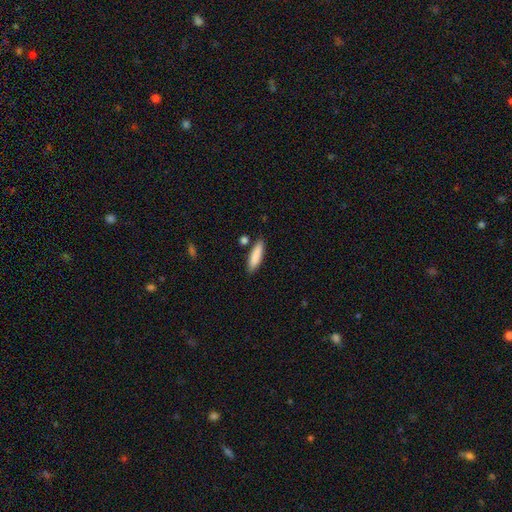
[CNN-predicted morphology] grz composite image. It shows a smooth galaxy with no disk features (85%) that is cigar-shaped (68%). Merging: none (83%).